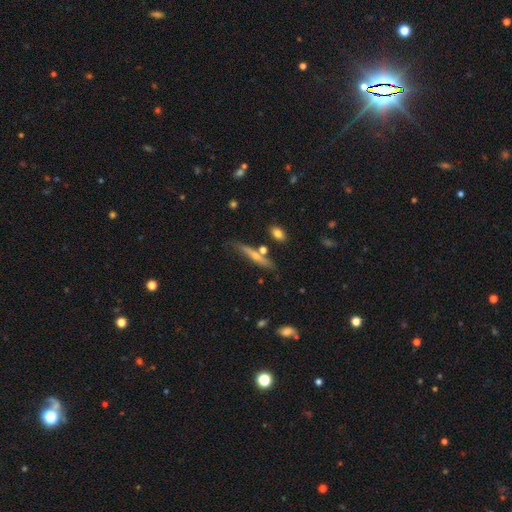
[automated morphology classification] The model was most divided on "smooth or featured": featured or disk: 54%, smooth: 38%, star or artifact: 8%. More confident: edge-on disk — yes (91%); merging — none (71%).